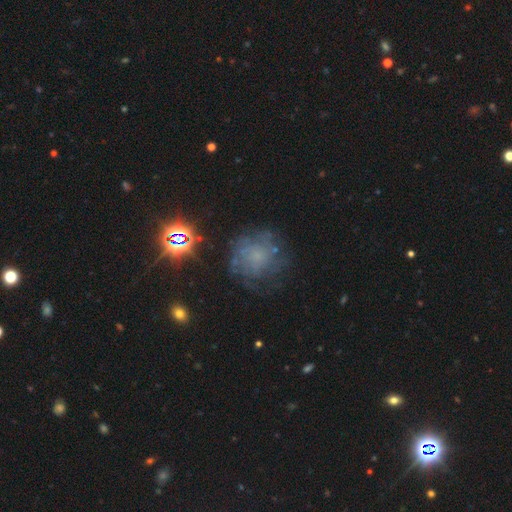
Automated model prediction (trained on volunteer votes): Smooth or featured? featured or disk (40%)
Merging? none (66%)